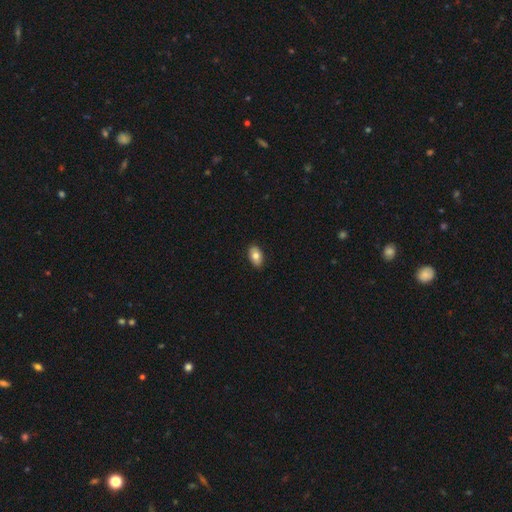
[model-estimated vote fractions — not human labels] Smooth or featured: smooth — 79% (featured or disk — 14%)
How rounded: in between — 92% (round — 6%)
Merging: none — 89% (minor disturbance — 8%)